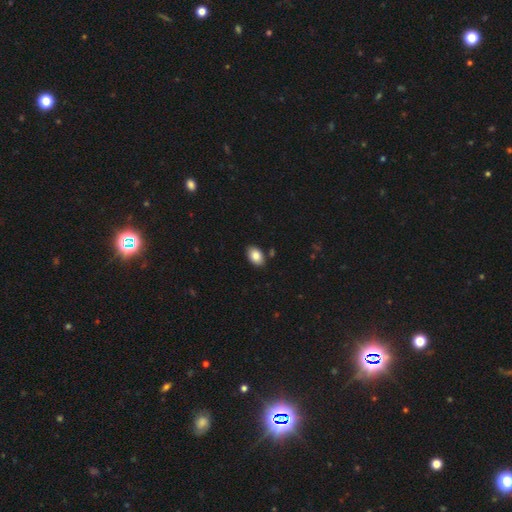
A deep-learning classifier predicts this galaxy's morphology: smooth_or_featured: smooth (p=0.86) [alt: star or artifact p=0.07]
how_rounded: in between (p=0.88) [alt: round p=0.11]
merging: none (p=0.86) [alt: minor disturbance p=0.09]